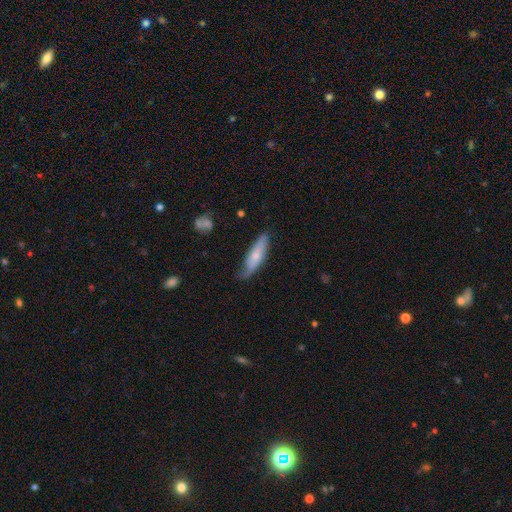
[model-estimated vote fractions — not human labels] A smooth galaxy with no disk features (59%) that is cigar-shaped (58%).

Vote fractions:
- Smooth or featured? smooth: 59% / featured or disk: 36% / star or artifact: 6%
- How rounded? cigar-shaped: 58% / in between: 40% / round: 2%
- Merging? none: 59% / minor disturbance: 31% / major disturbance: 8% / merger: 2%